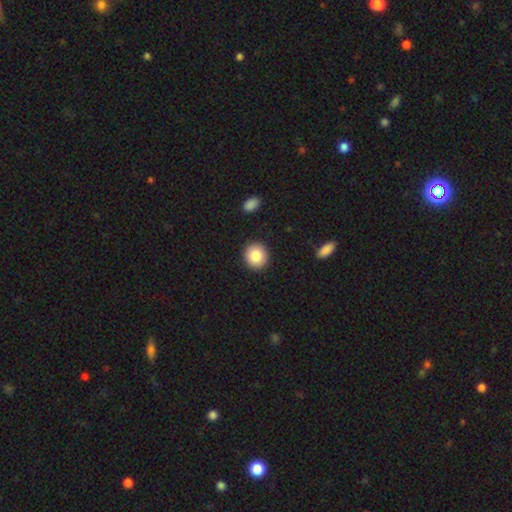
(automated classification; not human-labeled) Smooth or featured?
  - smooth: 84% *
  - star or artifact: 8%
  - featured or disk: 8%
How rounded?
  - round: 88% *
  - in between: 11%
  - cigar-shaped: 1%
Merging?
  - none: 91% *
  - minor disturbance: 6%
  - major disturbance: 2%
  - merger: 1%